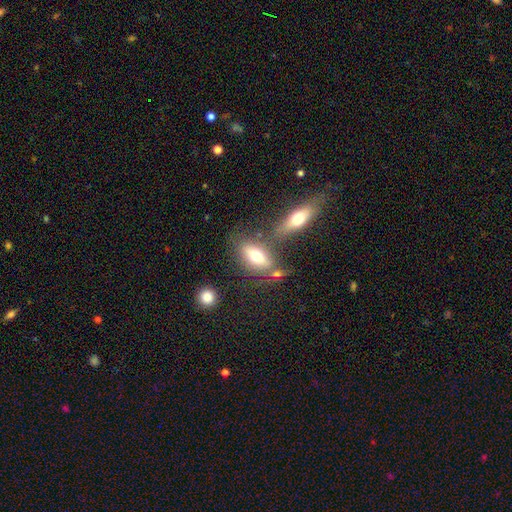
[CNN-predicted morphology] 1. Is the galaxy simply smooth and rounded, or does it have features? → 62% smooth, 28% featured or disk, 10% star or artifact.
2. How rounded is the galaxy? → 77% in between, 17% cigar-shaped, 6% round.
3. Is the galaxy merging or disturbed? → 59% none, 19% merger, 14% minor disturbance, 7% major disturbance.